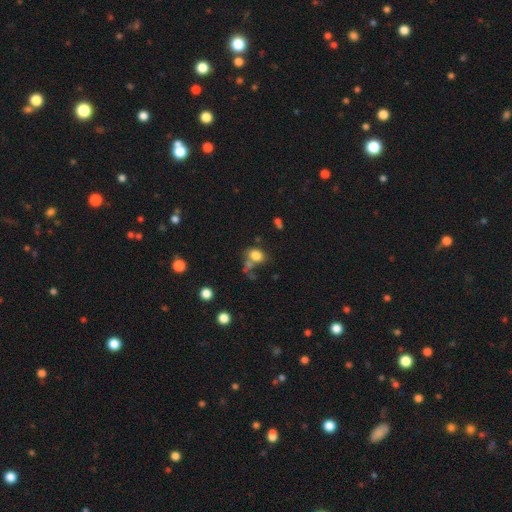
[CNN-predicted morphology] Smooth or featured?
  - smooth: 79% *
  - star or artifact: 12%
  - featured or disk: 9%
How rounded?
  - in between: 64% *
  - round: 34%
  - cigar-shaped: 1%
Merging?
  - none: 47% *
  - merger: 23%
  - minor disturbance: 16%
  - major disturbance: 13%